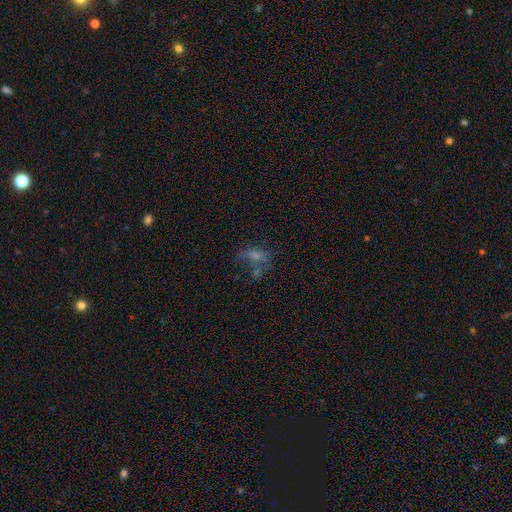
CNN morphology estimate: This appears to be a smooth galaxy with no disk features (43%). Merging: none (35%).